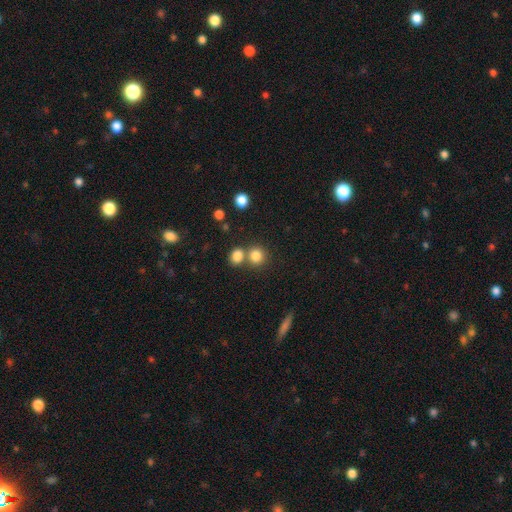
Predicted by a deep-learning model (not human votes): smooth 82%, star or artifact 12%, featured or disk 6%. Down the decision tree: how rounded — round (85%); merging — none (59%).